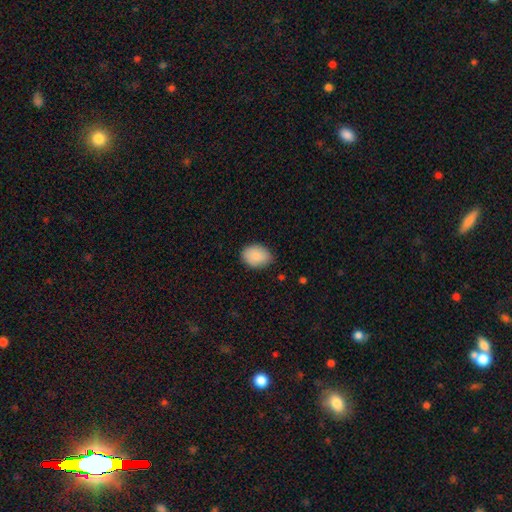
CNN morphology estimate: A smooth galaxy with no disk features (89%) that is in between round and cigar-shaped (70%). Merging: none (78%).